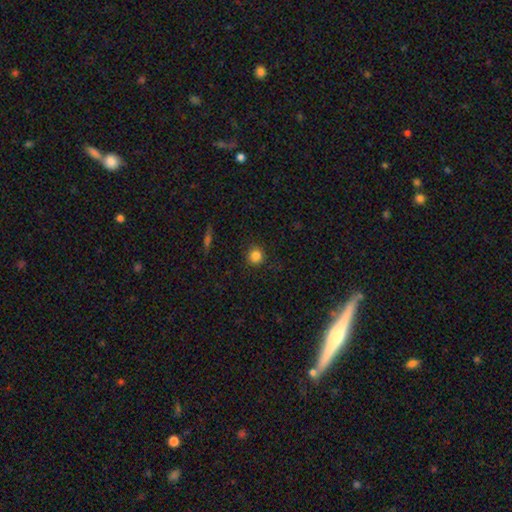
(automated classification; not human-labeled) Overall: smooth (84%). How rounded: round (93%). Merging: none (90%).